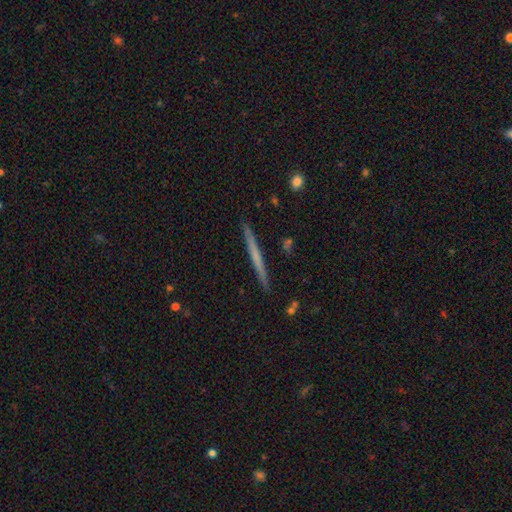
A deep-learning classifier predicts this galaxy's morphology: A featured or disk galaxy (47%, tied with smooth). Merging: none (91%).